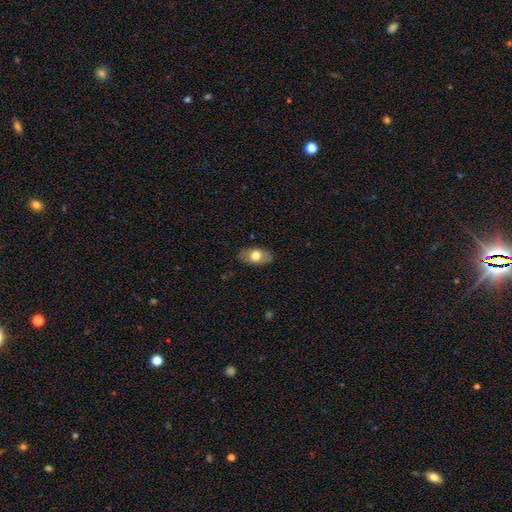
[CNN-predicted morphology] A smooth galaxy with no disk features (72%) that is in between round and cigar-shaped (89%). Merging: none (83%).